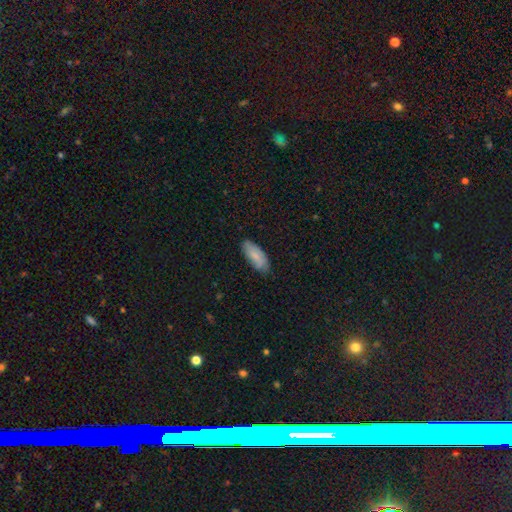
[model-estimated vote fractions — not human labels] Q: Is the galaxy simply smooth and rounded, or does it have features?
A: smooth — 76%.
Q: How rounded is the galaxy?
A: in between — 81%.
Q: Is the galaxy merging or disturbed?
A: none — 77%.